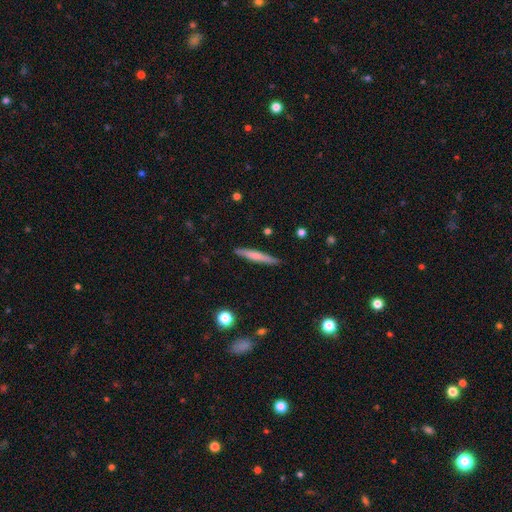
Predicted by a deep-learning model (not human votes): Smooth or featured: smooth — 62% (featured or disk — 32%)
How rounded: cigar-shaped — 95% (in between — 4%)
Merging: none — 89% (minor disturbance — 8%)